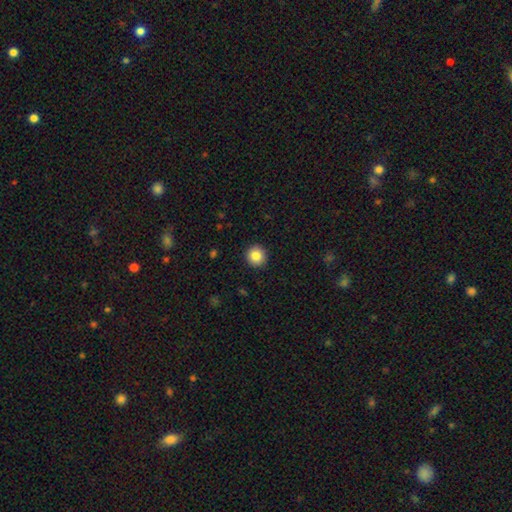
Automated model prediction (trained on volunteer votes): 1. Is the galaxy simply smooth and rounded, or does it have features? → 85% smooth, 9% star or artifact, 6% featured or disk.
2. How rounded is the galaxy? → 94% round, 5% in between, 1% cigar-shaped.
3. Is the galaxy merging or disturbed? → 93% none, 5% minor disturbance, 2% major disturbance, 1% merger.